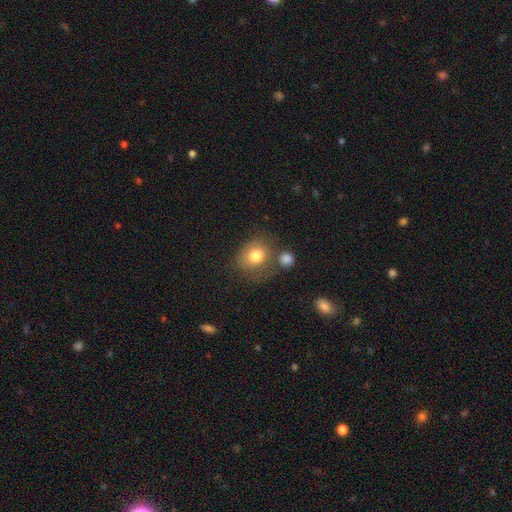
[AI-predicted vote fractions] A smooth galaxy with no disk features (78%) that is round (63%). Merging: none (55%).